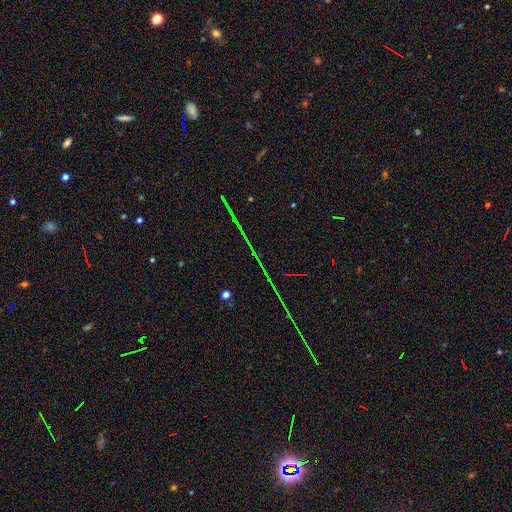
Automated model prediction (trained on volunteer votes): Smooth or featured? Predicted: star or artifact (p=0.83).